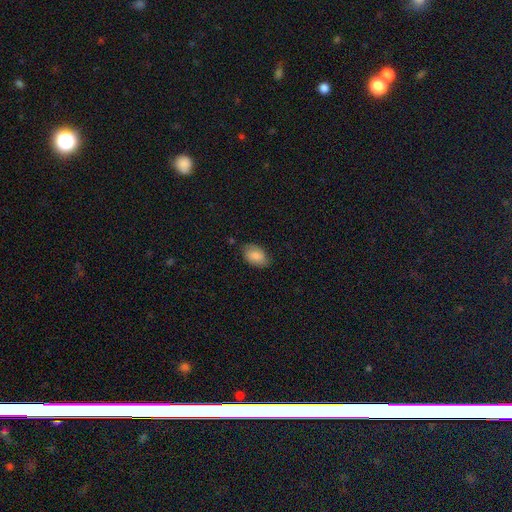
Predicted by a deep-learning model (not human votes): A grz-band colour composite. It shows a smooth galaxy with no disk features (81%) that is in between round and cigar-shaped (90%). Merging: none (77%).